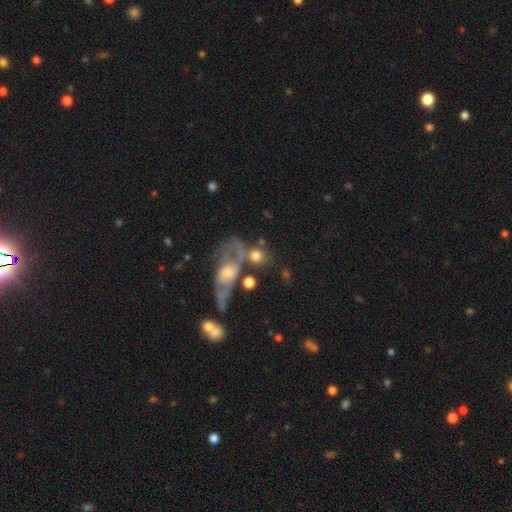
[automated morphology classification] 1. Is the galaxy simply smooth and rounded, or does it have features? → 69% smooth, 21% featured or disk, 10% star or artifact.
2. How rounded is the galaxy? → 71% round, 26% in between, 3% cigar-shaped.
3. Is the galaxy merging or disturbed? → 41% none, 32% merger, 14% minor disturbance, 13% major disturbance.